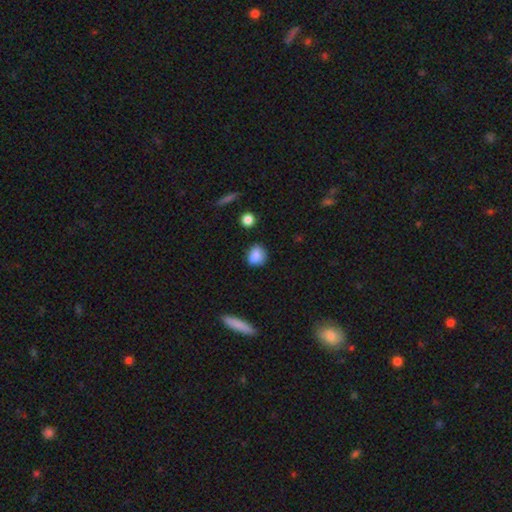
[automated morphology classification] This appears to be a smooth galaxy with no disk features (85%) that is round (58%). Merging: none (75%).